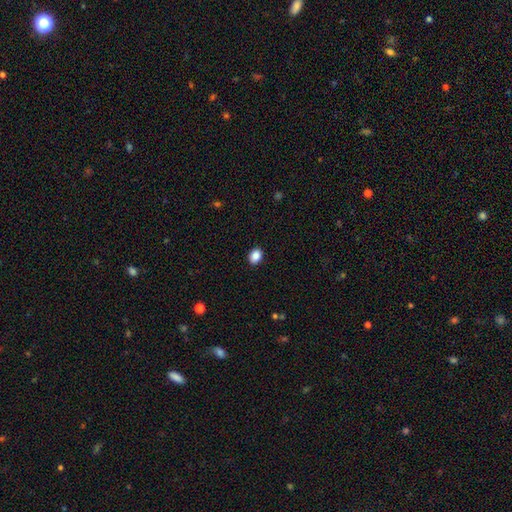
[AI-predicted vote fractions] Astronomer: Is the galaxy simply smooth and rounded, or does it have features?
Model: smooth — 88%.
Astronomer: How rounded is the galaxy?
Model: in between — 62% (runner-up: round, 37%).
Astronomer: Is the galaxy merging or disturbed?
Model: none — 90%.